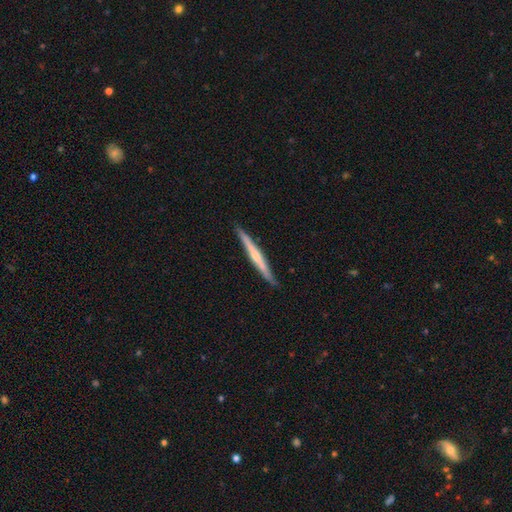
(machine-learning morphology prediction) This is likely a featured or disk galaxy (65%). It is clearly viewed edge-on (98%). Edge-on bulge: likely rounded (61%). Merging: clearly none (91%).